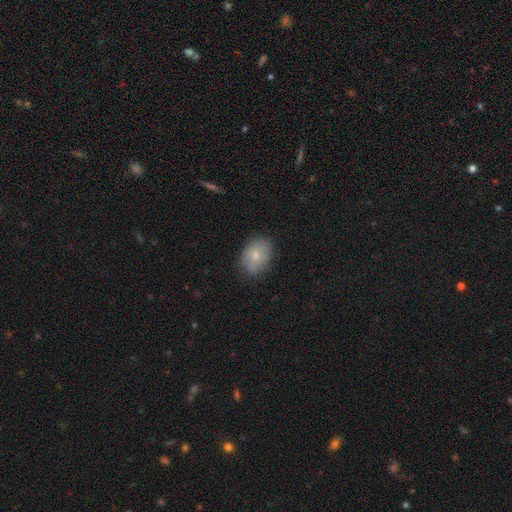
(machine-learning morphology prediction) The model was most divided on "how rounded": in between: 73%, round: 26%, cigar-shaped: 1%. More confident: merging — none (79%); smooth or featured — smooth (77%).